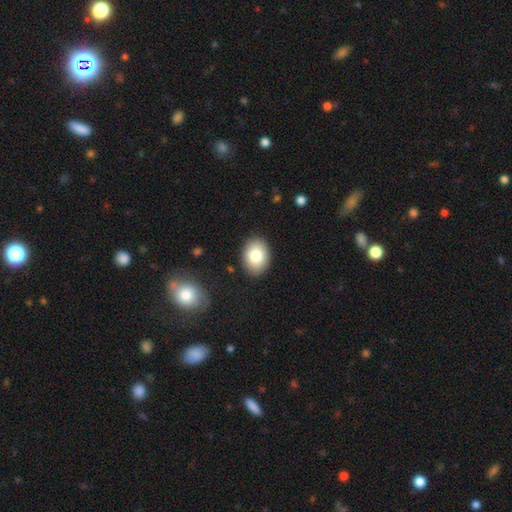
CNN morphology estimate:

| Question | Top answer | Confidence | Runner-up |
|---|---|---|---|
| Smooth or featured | smooth | 81% | featured or disk (11%) |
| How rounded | in between | 72% | round (27%) |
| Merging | none | 88% | minor disturbance (9%) |